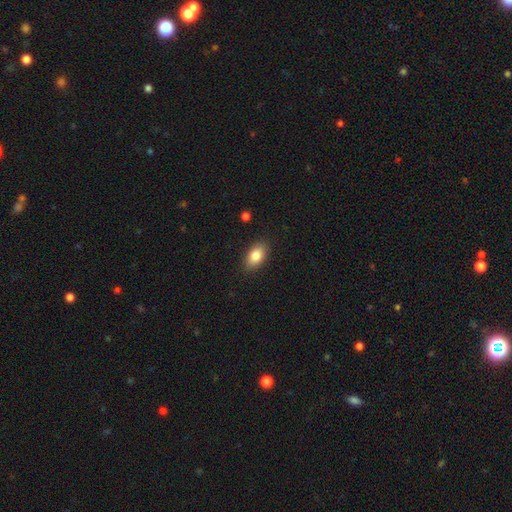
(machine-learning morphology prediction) A smooth galaxy with no disk features (83%) that is in between round and cigar-shaped (90%). Merging: none (88%).